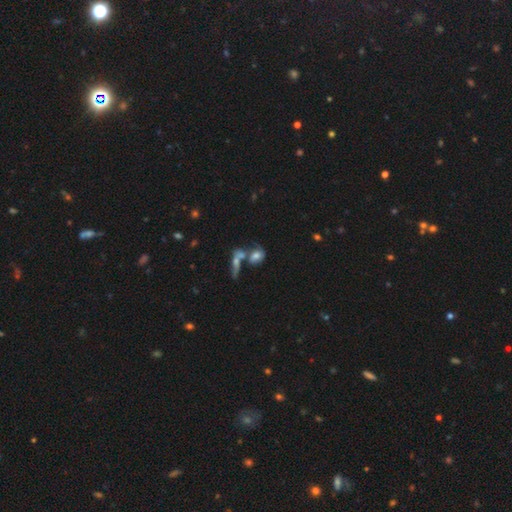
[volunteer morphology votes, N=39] Smooth or featured: featured or disk — 46% (smooth — 44%)
Edge-on disk: no — 89% (yes — 11%)
Bar: no — 88% (weak — 12%)
Spiral arms: yes — 75% (no — 25%)
Spiral winding: tight — 42% (loose — 33%)
Spiral arm count: 1 — 67% (can't tell — 33%)
Bulge size: large — 44% (tied with moderate — 44%)
Merging: merger — 74% (major disturbance — 11%)